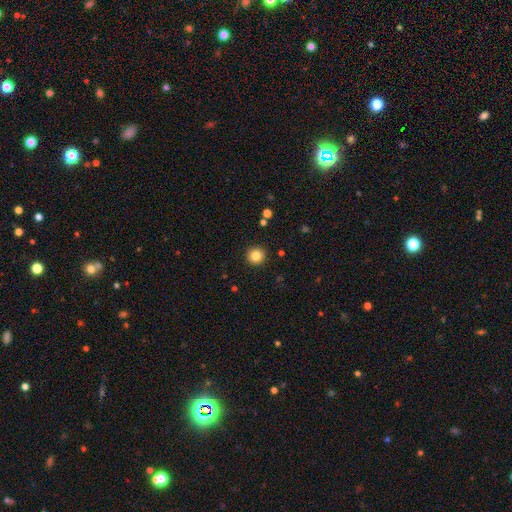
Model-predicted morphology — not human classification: Smooth or featured? Predicted: smooth (p=0.83). How rounded? Predicted: round (p=0.94). Merging? Predicted: none (p=0.92).